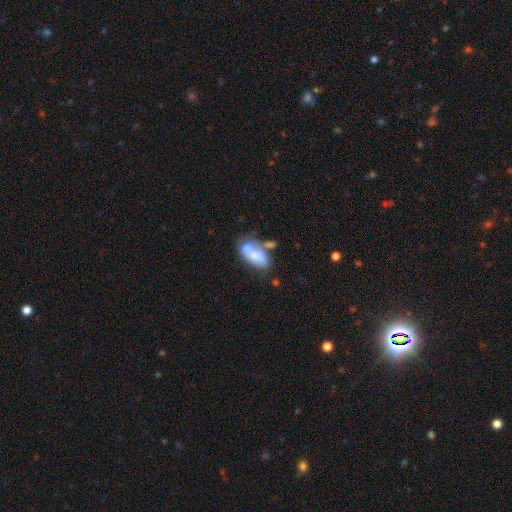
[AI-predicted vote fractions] This appears to be a smooth galaxy with no disk features (58%) that is in between round and cigar-shaped (90%). Merging: merger (51%).